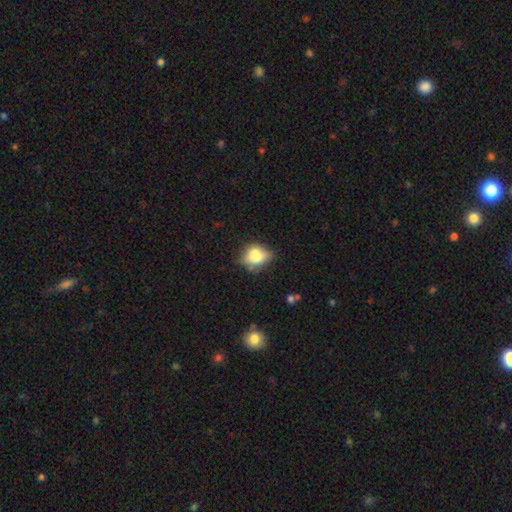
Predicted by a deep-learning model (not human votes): Morphology: type=smooth (69%); roundness=in between (58%); merging=none (49%).